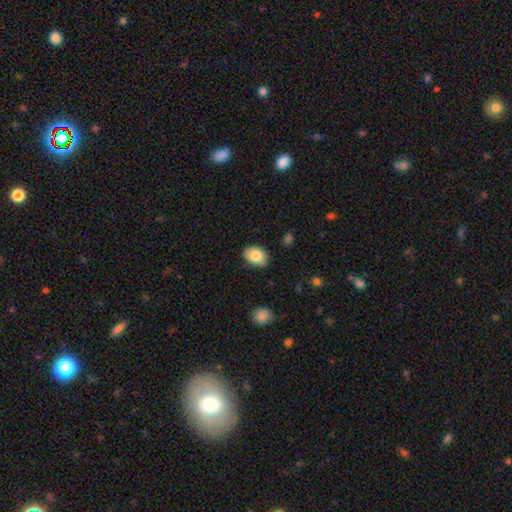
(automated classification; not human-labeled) Smooth or featured: smooth — 82% (featured or disk — 10%)
How rounded: in between — 78% (round — 21%)
Merging: none — 81% (minor disturbance — 15%)